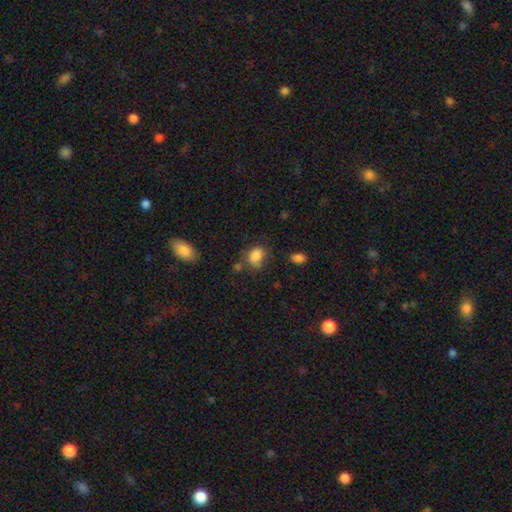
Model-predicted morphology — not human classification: Smooth or featured? Predicted: smooth (p=0.83). How rounded? Predicted: in between (p=0.60). Merging? Predicted: none (p=0.53).